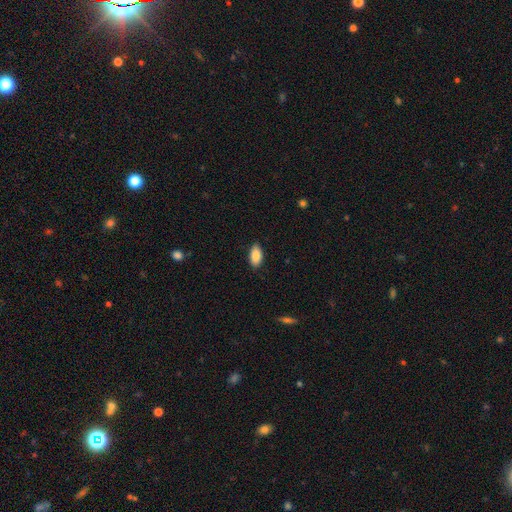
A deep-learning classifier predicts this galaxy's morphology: smooth-or-featured: smooth: 88% | star or artifact: 7% | featured or disk: 6%
  how-rounded: in between: 93% | cigar-shaped: 4% | round: 3%
  merging: none: 87% | minor disturbance: 10% | major disturbance: 2% | merger: 1%